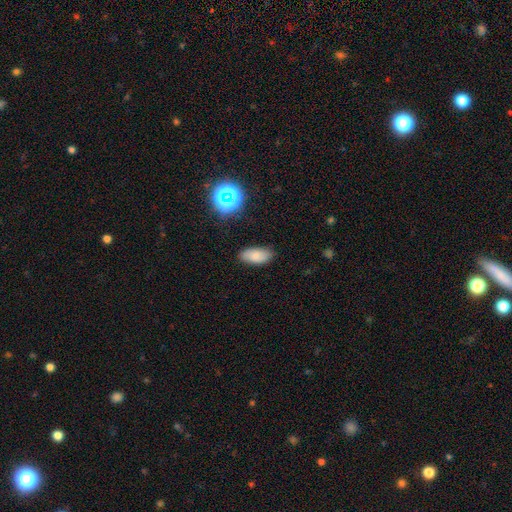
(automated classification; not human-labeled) Q: Smooth or featured?
A: smooth (78%); runner-up: star or artifact (11%)
Q: How rounded?
A: in between (90%); runner-up: cigar-shaped (6%)
Q: Merging?
A: none (84%); runner-up: minor disturbance (12%)